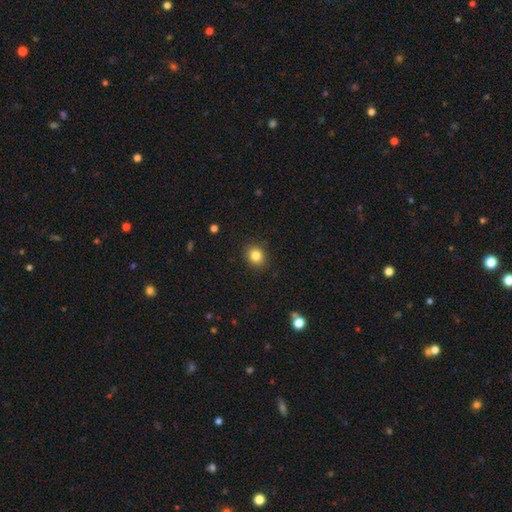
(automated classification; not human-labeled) Smooth or featured? smooth (83%)
How rounded? round (70%)
Merging? none (89%)